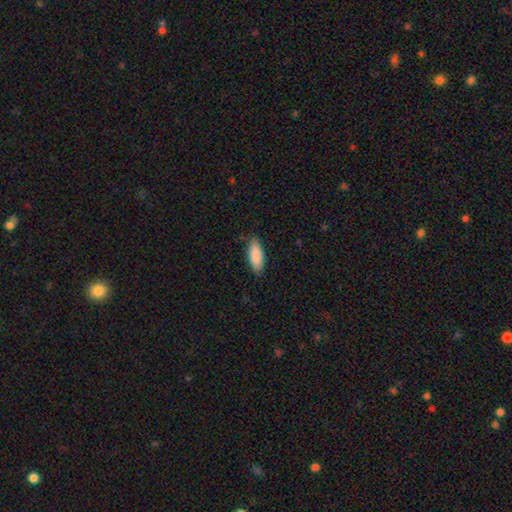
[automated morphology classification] A smooth galaxy with no disk features (89%) that is in between round and cigar-shaped (74%). Merging: none (86%).